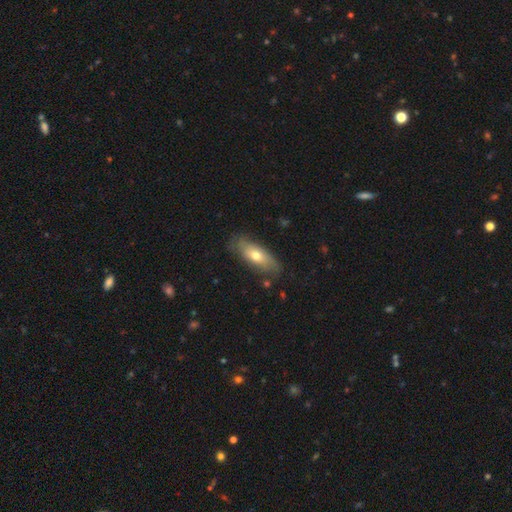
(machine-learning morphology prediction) This appears to be a smooth galaxy with no disk features (60%) that is in between round and cigar-shaped (73%). Merging: none (74%).